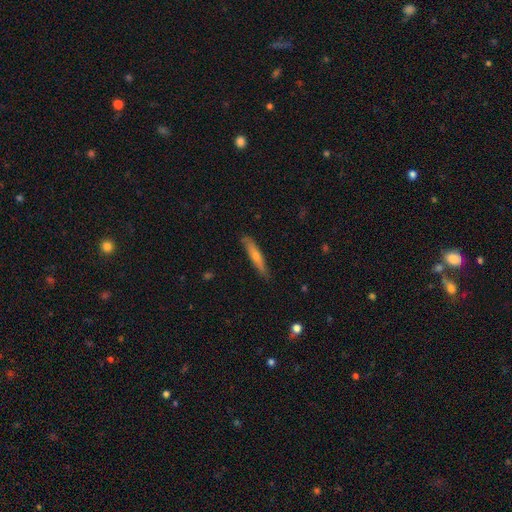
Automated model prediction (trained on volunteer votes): A smooth galaxy with no disk features (50%) that is cigar-shaped (91%).

Vote fractions:
- Smooth or featured? smooth: 50% / featured or disk: 43% / star or artifact: 6%
- How rounded? cigar-shaped: 91% / in between: 7% / round: 2%
- Merging? none: 85% / minor disturbance: 12% / major disturbance: 2% / merger: 1%